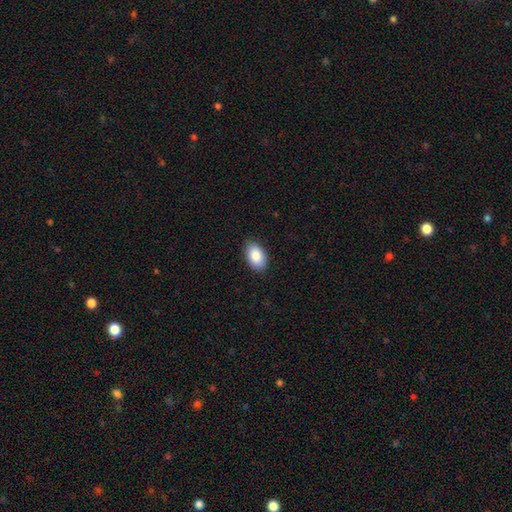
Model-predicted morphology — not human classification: smooth_or_featured: smooth (p=0.88) [alt: star or artifact p=0.06]
how_rounded: in between (p=0.93) [alt: round p=0.06]
merging: none (p=0.88) [alt: minor disturbance p=0.10]